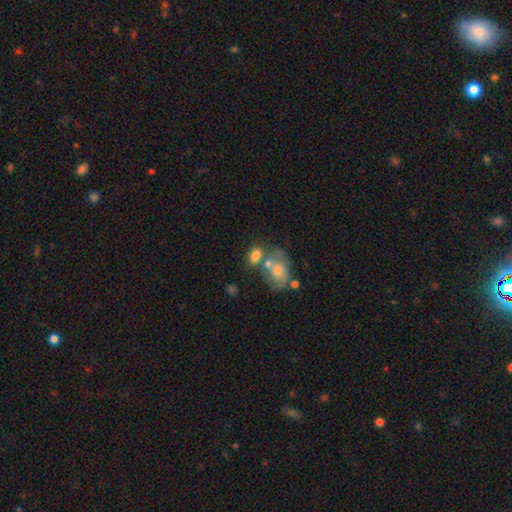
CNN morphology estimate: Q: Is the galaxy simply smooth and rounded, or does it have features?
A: smooth — 71%.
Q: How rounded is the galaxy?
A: in between — 78%.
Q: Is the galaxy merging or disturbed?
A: merger — 39%.